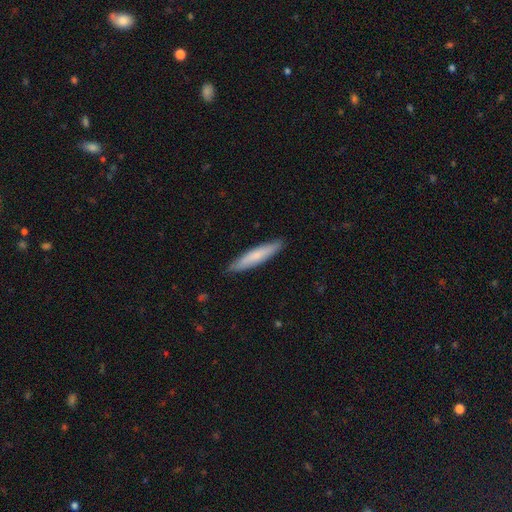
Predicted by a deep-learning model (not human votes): Smooth or featured? Predicted: smooth (p=0.73). How rounded? Predicted: cigar-shaped (p=0.88). Merging? Predicted: none (p=0.89).